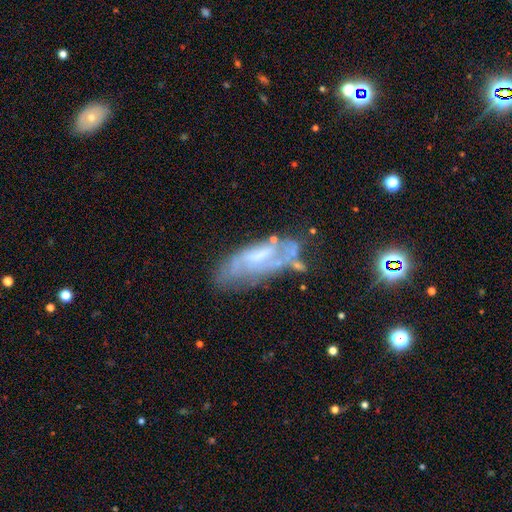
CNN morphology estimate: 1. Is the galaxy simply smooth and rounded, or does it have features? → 67% featured or disk, 21% smooth, 12% star or artifact.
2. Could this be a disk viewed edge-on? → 84% no, 16% yes.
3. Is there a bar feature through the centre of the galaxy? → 47% no, 39% weak, 13% strong.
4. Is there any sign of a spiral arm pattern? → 70% yes, 30% no.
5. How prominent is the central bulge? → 39% small, 29% moderate, 27% none, 4% large, 1% dominant.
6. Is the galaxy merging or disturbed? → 56% none, 24% minor disturbance, 14% major disturbance, 6% merger.